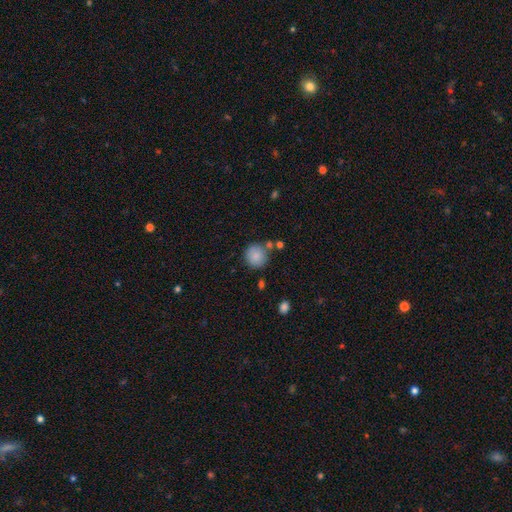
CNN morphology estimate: A smooth galaxy with no disk features (86%) that is round (91%).

Vote fractions:
- Smooth or featured? smooth: 86% / star or artifact: 8% / featured or disk: 5%
- How rounded? round: 91% / in between: 8% / cigar-shaped: 1%
- Merging? none: 77% / minor disturbance: 12% / merger: 8% / major disturbance: 4%